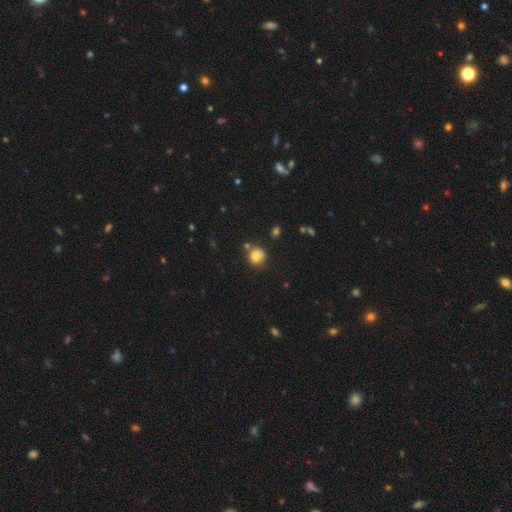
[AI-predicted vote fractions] smooth_or_featured: smooth (p=0.78) [alt: star or artifact p=0.12]
how_rounded: round (p=0.80) [alt: in between p=0.19]
merging: none (p=0.61) [alt: minor disturbance p=0.19]